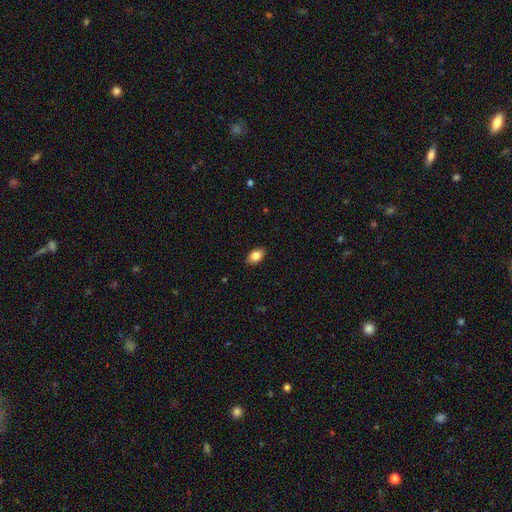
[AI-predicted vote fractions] smooth_or_featured: smooth (p=0.85) [alt: star or artifact p=0.08]
how_rounded: in between (p=0.84) [alt: round p=0.14]
merging: none (p=0.89) [alt: minor disturbance p=0.08]